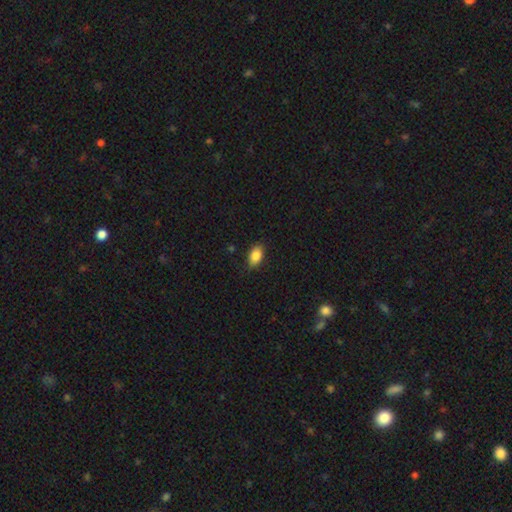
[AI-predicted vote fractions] Q: Smooth or featured?
A: smooth (87%); runner-up: star or artifact (8%)
Q: How rounded?
A: in between (89%); runner-up: round (9%)
Q: Merging?
A: none (85%); runner-up: minor disturbance (11%)